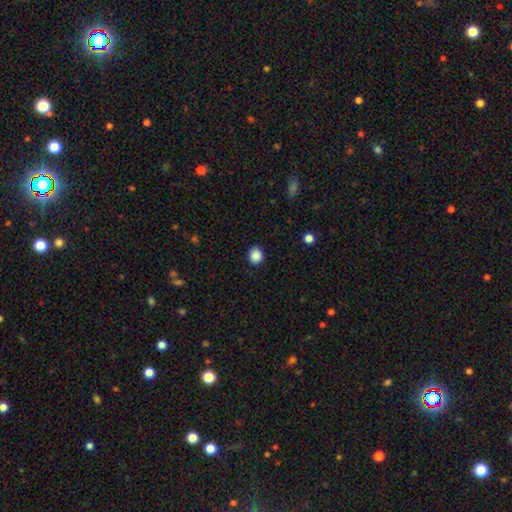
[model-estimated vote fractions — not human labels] Smooth or featured: smooth — 88% (star or artifact — 9%)
How rounded: round — 74% (in between — 25%)
Merging: none — 87% (minor disturbance — 9%)